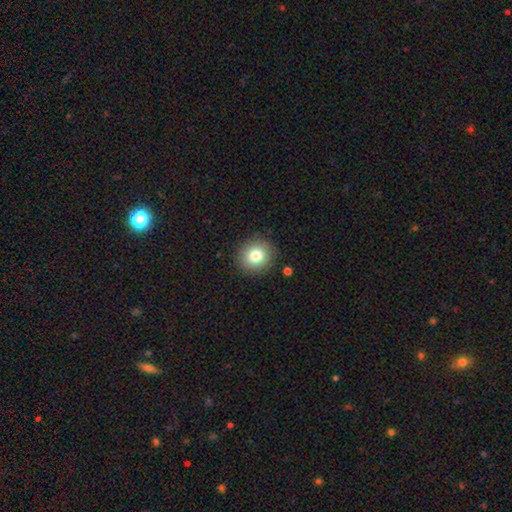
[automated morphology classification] smooth-or-featured: smooth: 80% | star or artifact: 11% | featured or disk: 9%
  how-rounded: round: 88% | in between: 11% | cigar-shaped: 1%
  merging: none: 89% | minor disturbance: 7% | major disturbance: 2% | merger: 1%